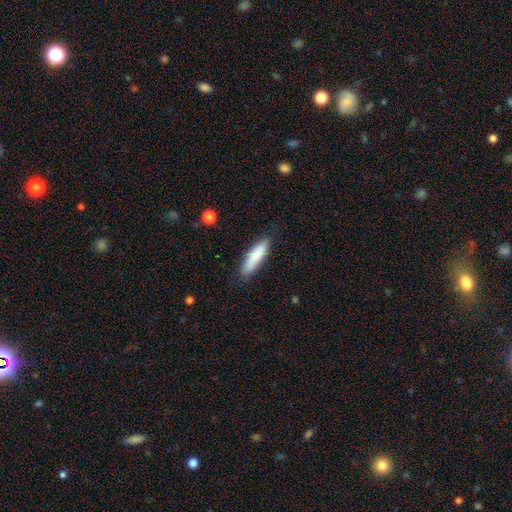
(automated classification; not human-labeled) Morphology: type=smooth (81%); roundness=cigar-shaped (70%); merging=none (84%).